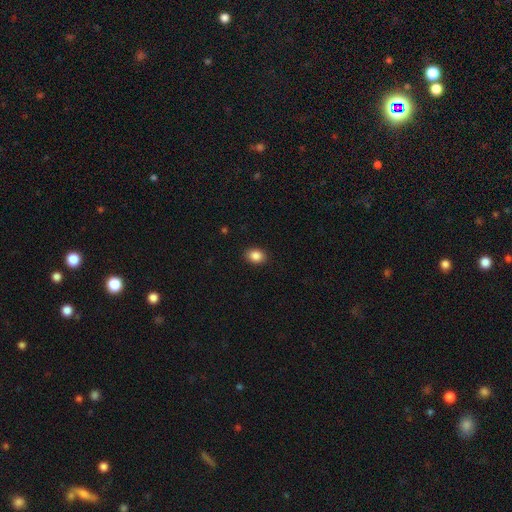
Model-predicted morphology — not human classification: Smooth or featured? Predicted: smooth (p=0.87). How rounded? Predicted: in between (p=0.63). Merging? Predicted: none (p=0.90).